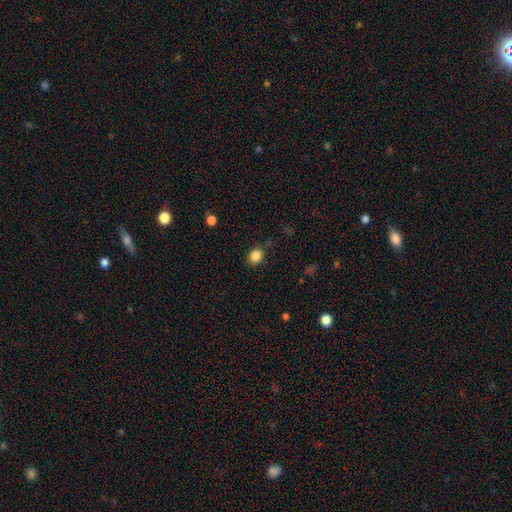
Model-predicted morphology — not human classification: A smooth galaxy with no disk features (85%) that is round (53%).

Vote fractions:
- Smooth or featured? smooth: 85% / star or artifact: 10% / featured or disk: 4%
- How rounded? round: 53% / in between: 46% / cigar-shaped: 1%
- Merging? none: 80% / minor disturbance: 14% / major disturbance: 4% / merger: 2%